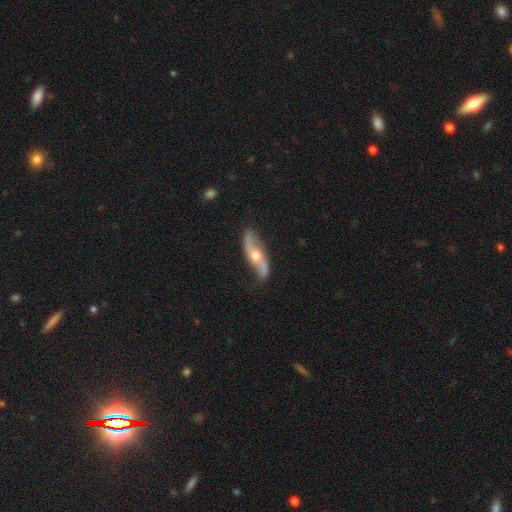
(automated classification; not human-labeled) Smooth or featured? featured or disk (82%)
Edge-on disk? no (81%)
Bar? no (63%)
Spiral arms? yes (93%)
Spiral winding? loose (82%)
Spiral arm count? 2 (93%)
Bulge size? moderate (68%)
Merging? none (78%)